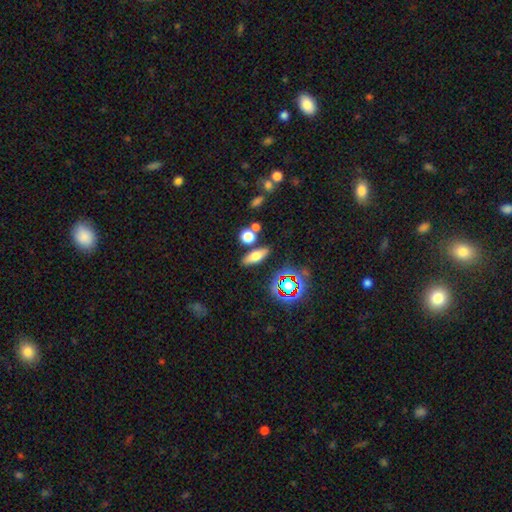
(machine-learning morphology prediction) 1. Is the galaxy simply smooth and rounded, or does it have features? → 60% smooth, 25% featured or disk, 15% star or artifact.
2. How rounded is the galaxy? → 56% in between, 34% cigar-shaped, 10% round.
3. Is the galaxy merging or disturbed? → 81% none, 9% minor disturbance, 7% merger, 3% major disturbance.